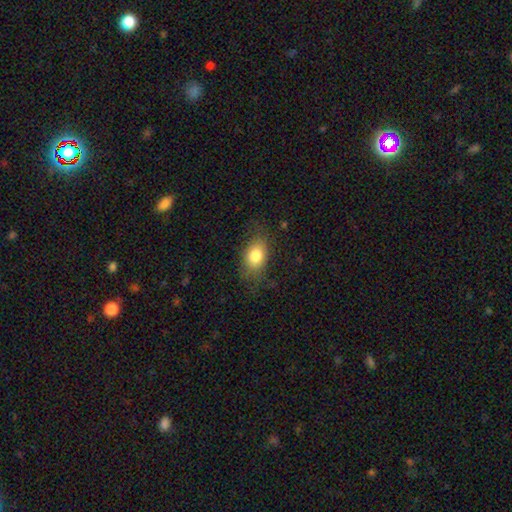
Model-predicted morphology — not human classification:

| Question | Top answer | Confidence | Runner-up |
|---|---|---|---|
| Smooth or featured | smooth | 81% | featured or disk (11%) |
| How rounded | in between | 81% | round (17%) |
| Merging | none | 73% | minor disturbance (19%) |